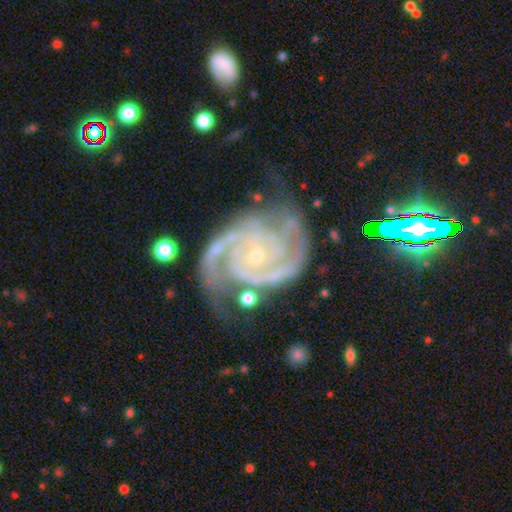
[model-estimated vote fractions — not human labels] featured or disk 93%, star or artifact 5%, smooth 3%. Down the decision tree: edge-on disk — no (98%); bar — no (63%); spiral arms — yes (99%); spiral arm count — 2 (56%); spiral winding — tight (59%); bulge size — small (81%); merging — none (64%).